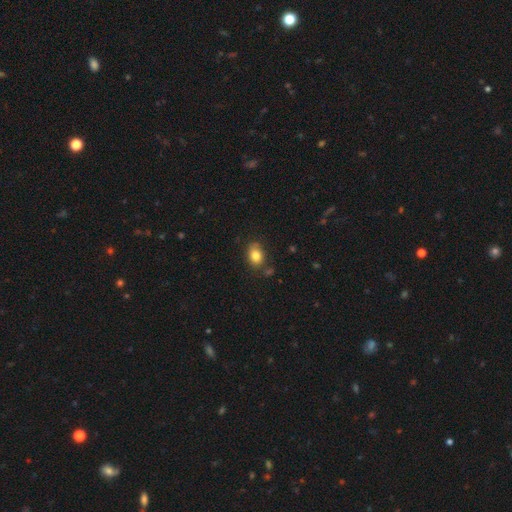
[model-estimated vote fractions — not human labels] Smooth or featured? Predicted: smooth (p=0.83). How rounded? Predicted: in between (p=0.72). Merging? Predicted: none (p=0.76).